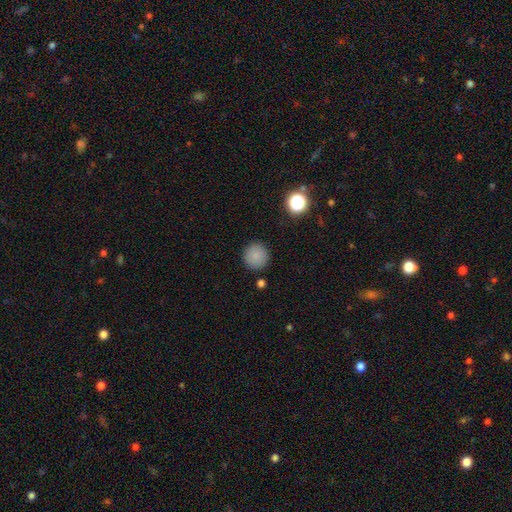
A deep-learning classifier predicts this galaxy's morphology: Smooth or featured: smooth — 85% (star or artifact — 10%)
How rounded: round — 94% (in between — 5%)
Merging: none — 90% (minor disturbance — 6%)